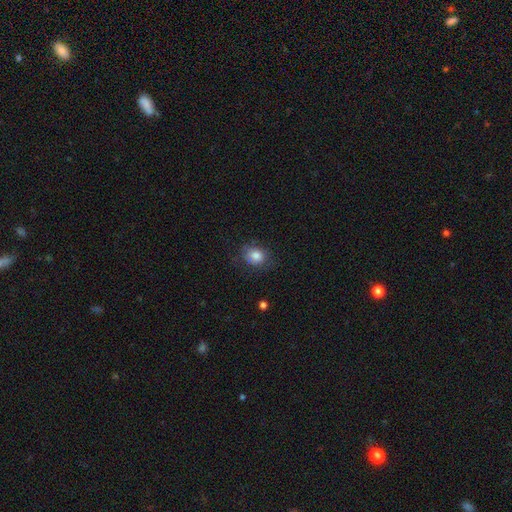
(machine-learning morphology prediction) Overall: smooth (83%). How rounded: round (54%; in between 45%). Merging: none (72%).